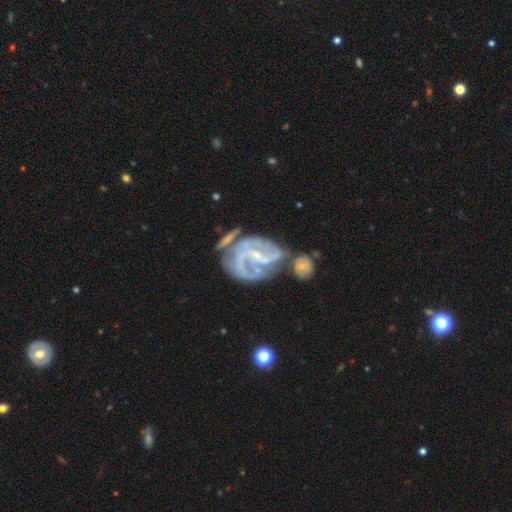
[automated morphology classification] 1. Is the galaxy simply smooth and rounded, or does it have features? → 86% featured or disk, 7% smooth, 7% star or artifact.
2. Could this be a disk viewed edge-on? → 97% no, 3% yes.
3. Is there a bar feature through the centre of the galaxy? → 41% weak, 35% strong, 24% no.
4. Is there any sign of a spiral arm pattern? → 92% yes, 8% no.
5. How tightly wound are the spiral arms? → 43% medium, 40% tight, 17% loose.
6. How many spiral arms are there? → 47% 2, 21% can't tell, 17% 3, 6% 1, 5% 4, 4% more than 4.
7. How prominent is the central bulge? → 74% small, 17% moderate, 7% none, 1% large, 1% dominant.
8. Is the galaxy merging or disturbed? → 43% merger, 23% none, 18% major disturbance, 16% minor disturbance.